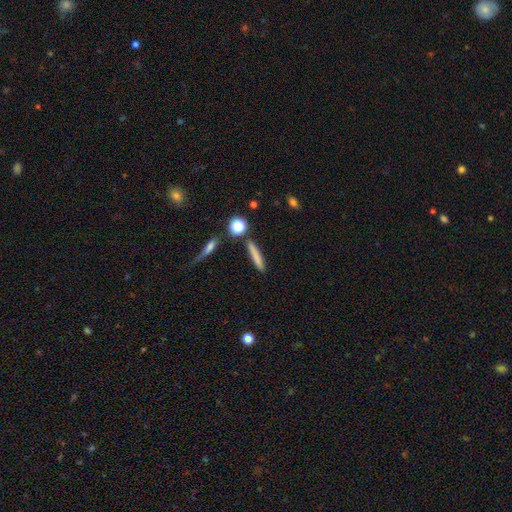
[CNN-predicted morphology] Q: Smooth or featured?
A: smooth (77%); runner-up: featured or disk (15%)
Q: How rounded?
A: cigar-shaped (86%); runner-up: in between (10%)
Q: Merging?
A: none (81%); runner-up: minor disturbance (9%)